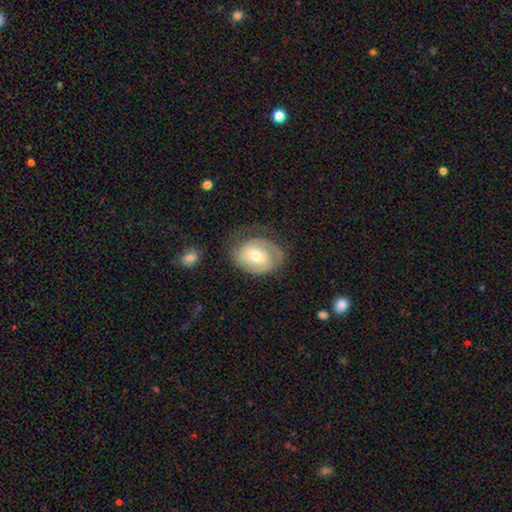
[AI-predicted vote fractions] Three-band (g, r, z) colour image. It shows a featured or disk galaxy (58%) with no bar (56%), spiral arms (75%) and a moderate central bulge (57%). Merging: none (55%).